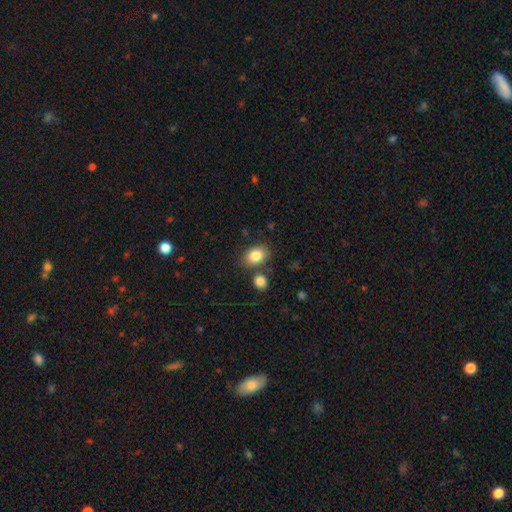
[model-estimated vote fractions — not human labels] smooth 84%, featured or disk 8%, star or artifact 8%. Down the decision tree: how rounded — in between (77%); merging — none (72%).